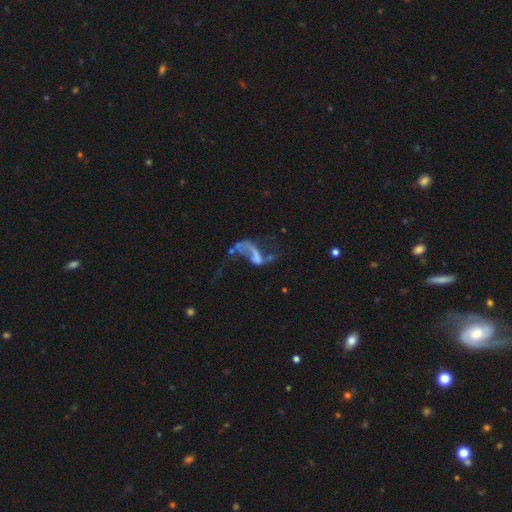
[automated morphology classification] This appears to be a featured or disk galaxy (58%) with no bar (70%), no spiral arms (62%) and no central bulge (67%). Merging: major disturbance (47%).